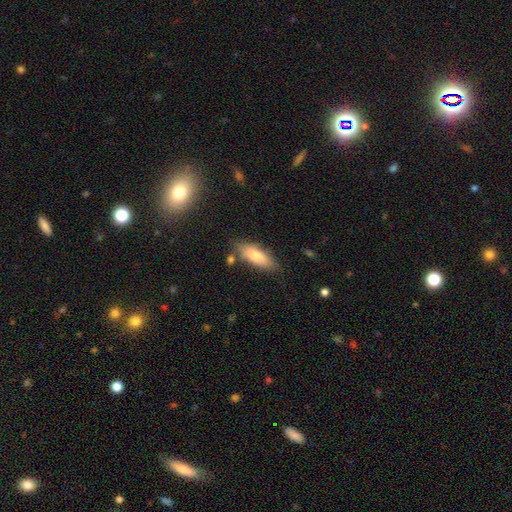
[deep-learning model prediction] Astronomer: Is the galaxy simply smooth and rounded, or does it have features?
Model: smooth — 77%.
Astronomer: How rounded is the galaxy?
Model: in between — 63%.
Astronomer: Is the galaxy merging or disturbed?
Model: none — 79%.